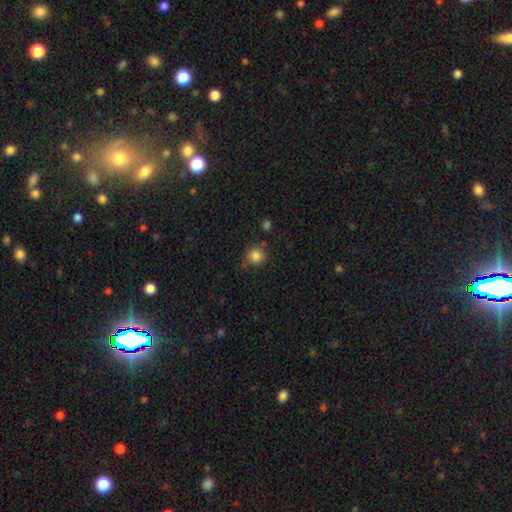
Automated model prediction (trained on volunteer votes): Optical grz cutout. It shows a smooth galaxy with no disk features (84%) that is round (90%). Merging: none (71%).